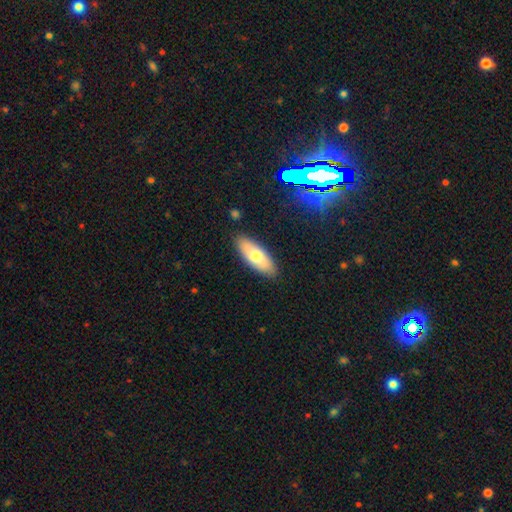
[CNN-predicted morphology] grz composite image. It shows a smooth galaxy with no disk features (68%) that is in between round and cigar-shaped (73%). Merging: none (87%).